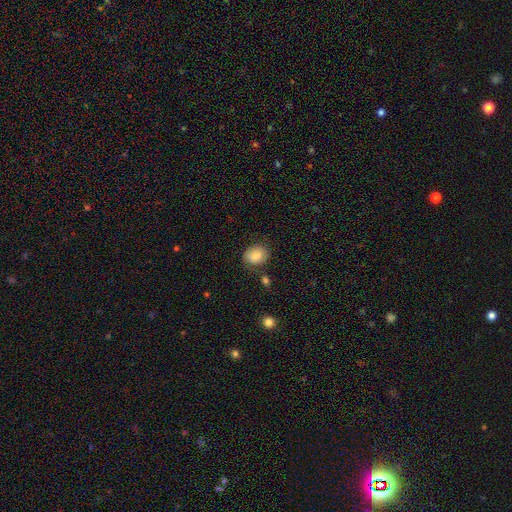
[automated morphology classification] Smooth or featured: smooth — 81% (featured or disk — 10%)
How rounded: round — 55% (in between — 44%)
Merging: none — 78% (minor disturbance — 14%)